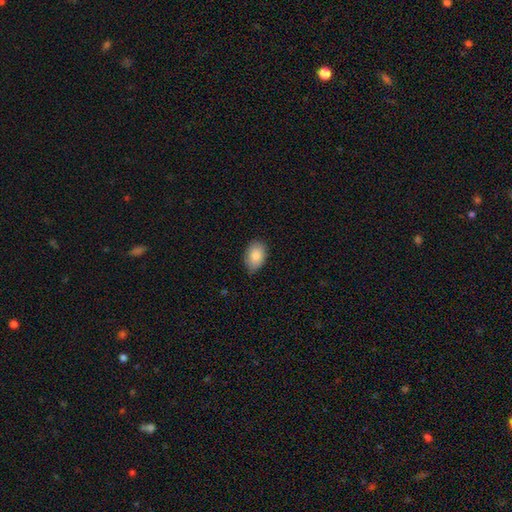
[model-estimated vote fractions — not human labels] A smooth galaxy with no disk features (86%) that is in between round and cigar-shaped (87%). Merging: none (77%).